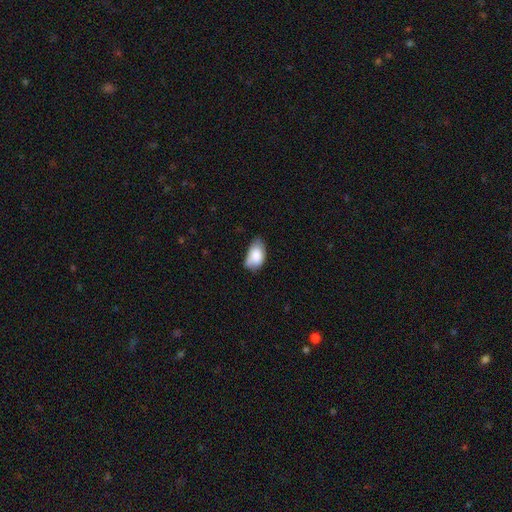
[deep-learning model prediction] A smooth galaxy with no disk features (81%) that is in between round and cigar-shaped (92%).

Vote fractions:
- Smooth or featured? smooth: 81% / featured or disk: 12% / star or artifact: 7%
- How rounded? in between: 92% / round: 6% / cigar-shaped: 2%
- Merging? minor disturbance: 44% / none: 42% / major disturbance: 10% / merger: 3%